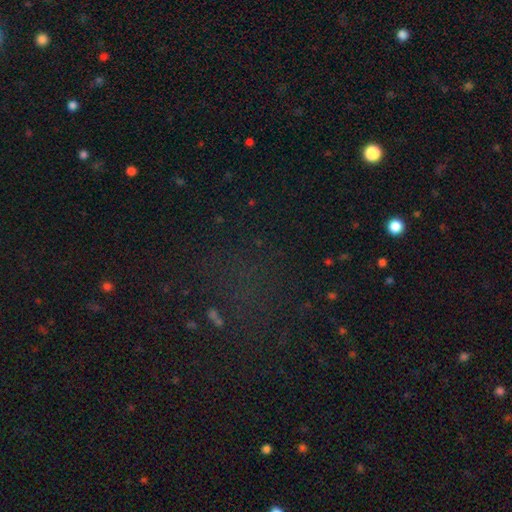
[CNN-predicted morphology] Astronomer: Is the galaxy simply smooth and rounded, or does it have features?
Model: star or artifact — 60%.